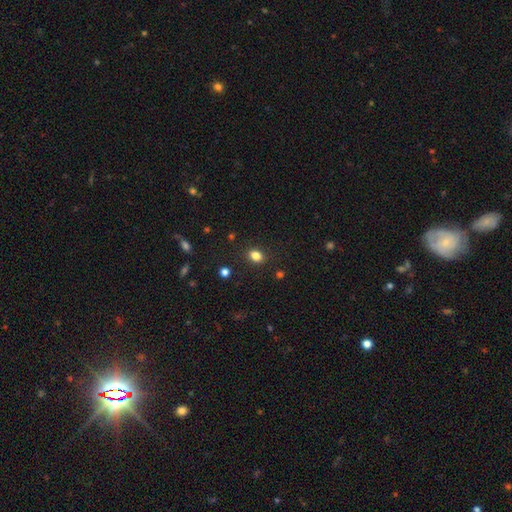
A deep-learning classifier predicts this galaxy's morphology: Q: Smooth or featured?
A: smooth (83%); runner-up: star or artifact (12%)
Q: How rounded?
A: in between (64%); runner-up: round (34%)
Q: Merging?
A: none (86%); runner-up: minor disturbance (9%)